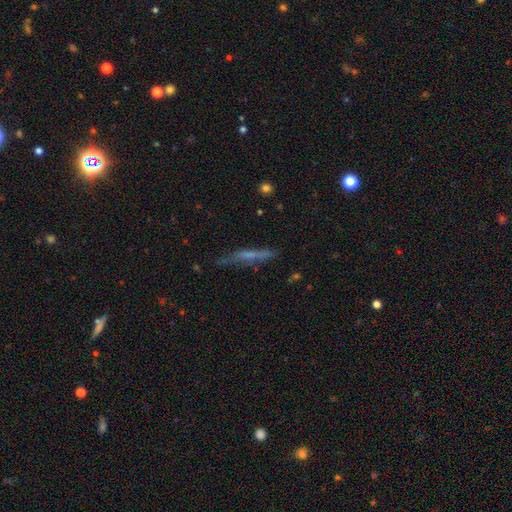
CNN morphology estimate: Q: Smooth or featured?
A: featured or disk (55%); runner-up: smooth (29%)
Q: Edge-on disk?
A: yes (86%); runner-up: no (14%)
Q: Merging?
A: none (78%); runner-up: minor disturbance (15%)